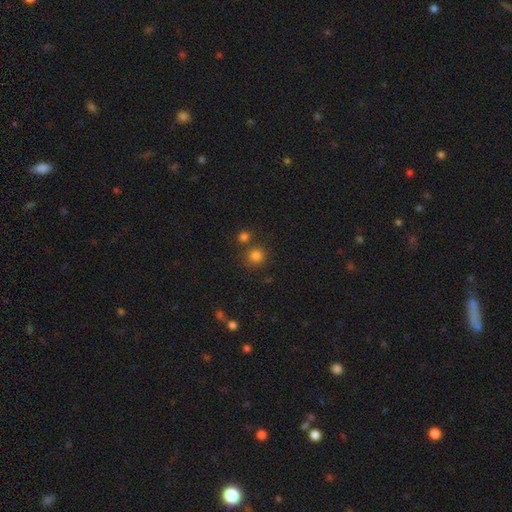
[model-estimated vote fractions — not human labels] A smooth galaxy with no disk features (80%) that is round (89%). Merging: none (72%).